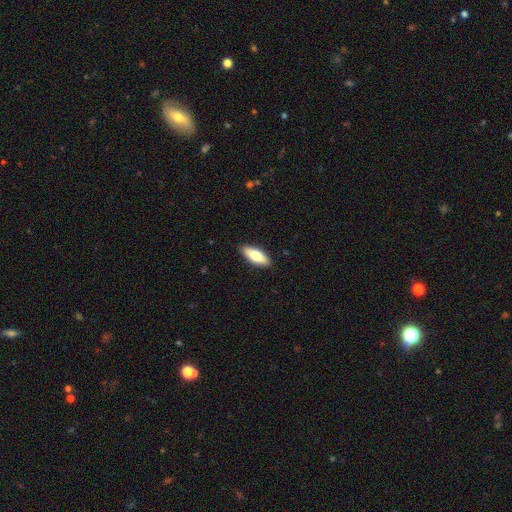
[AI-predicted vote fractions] Overall: smooth (75%). How rounded: in between (70%). Merging: none (90%).